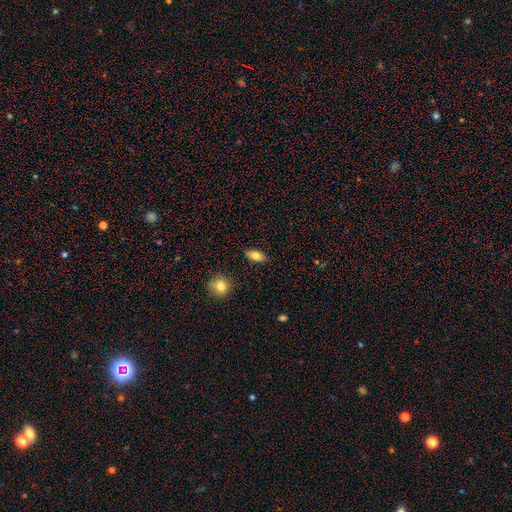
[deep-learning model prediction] This is likely a smooth galaxy (78%). How rounded: clearly in between (86%). Merging: clearly none (88%).